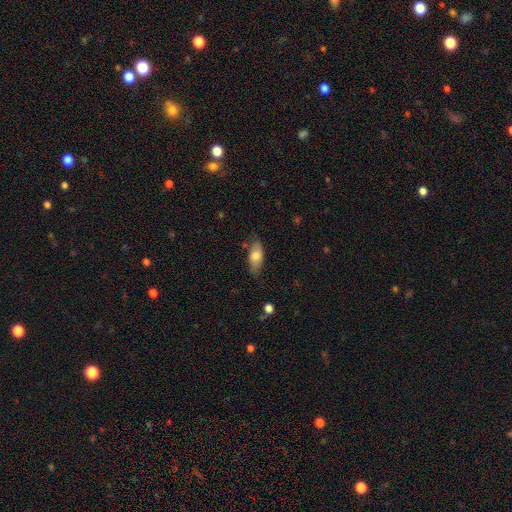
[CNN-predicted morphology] A smooth galaxy with no disk features (76%) that is in between round and cigar-shaped (83%). Merging: none (74%).